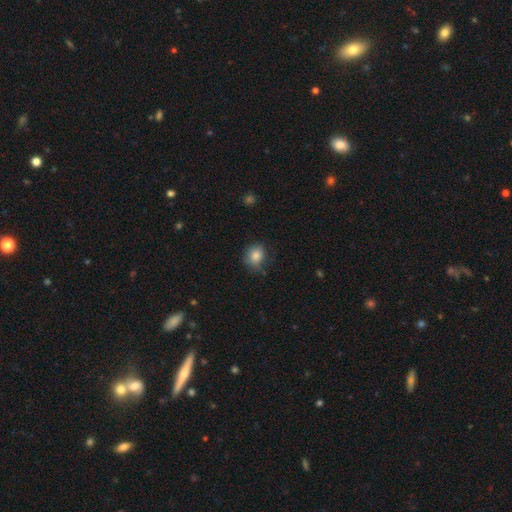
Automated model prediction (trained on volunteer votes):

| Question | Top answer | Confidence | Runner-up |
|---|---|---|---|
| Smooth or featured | smooth | 84% | star or artifact (9%) |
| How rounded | round | 63% | in between (36%) |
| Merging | none | 68% | minor disturbance (24%) |